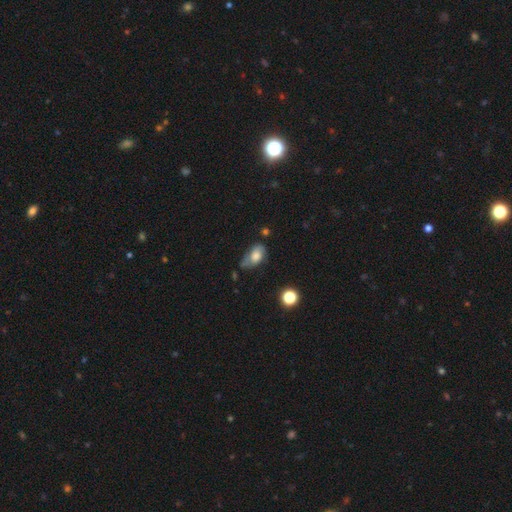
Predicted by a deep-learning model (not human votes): Smooth or featured? Predicted: smooth (p=0.64). How rounded? Predicted: in between (p=0.89). Merging? Predicted: minor disturbance (p=0.39).